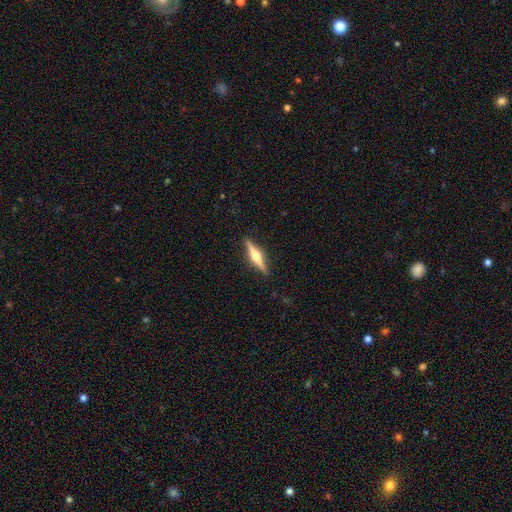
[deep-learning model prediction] A featured or disk galaxy (73%) viewed edge-on (98%) with a rounded central bulge (93%).

Vote fractions:
- Smooth or featured? featured or disk: 73% / smooth: 22% / star or artifact: 5%
- Edge-on disk? yes: 98% / no: 2%
- Edge-on bulge? rounded: 93% / boxy: 5% / none: 3%
- Merging? none: 91% / minor disturbance: 7% / major disturbance: 1% / merger: 1%